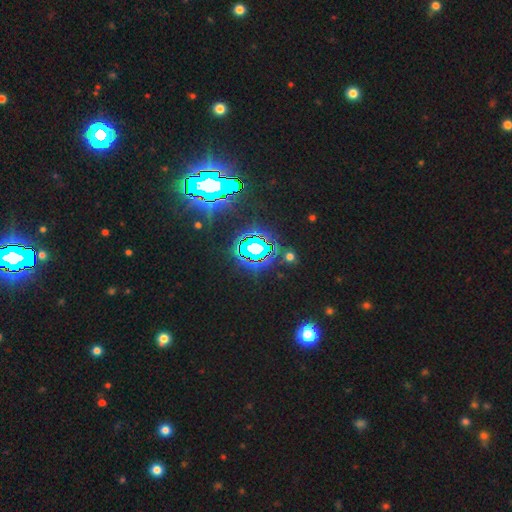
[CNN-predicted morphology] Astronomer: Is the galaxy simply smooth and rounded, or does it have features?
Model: star or artifact — 84%.